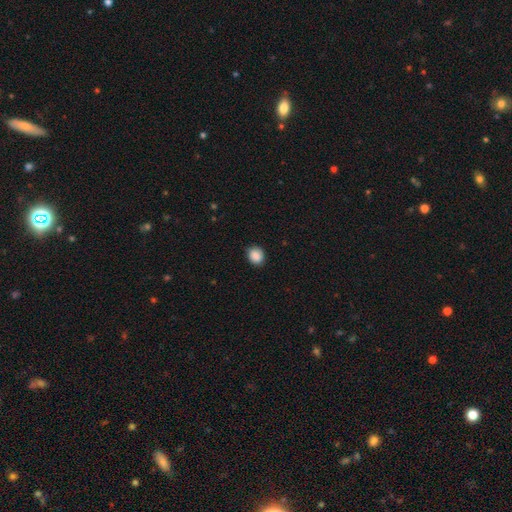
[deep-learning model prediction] smooth-or-featured: smooth: 89% | star or artifact: 8% | featured or disk: 3%
  how-rounded: round: 69% | in between: 30% | cigar-shaped: 1%
  merging: none: 86% | minor disturbance: 11% | major disturbance: 2% | merger: 1%